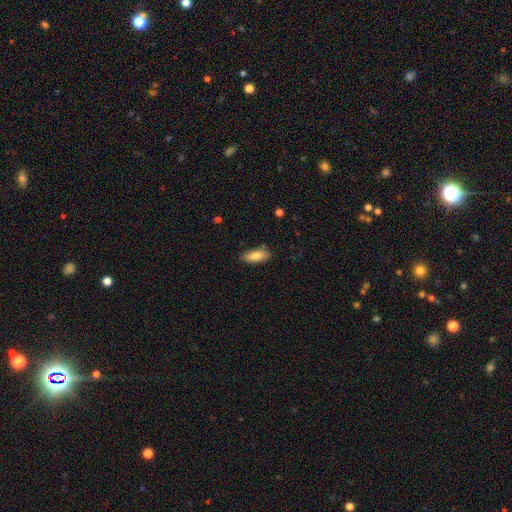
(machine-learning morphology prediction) The model was most divided on "how rounded": in between: 74%, cigar-shaped: 24%, round: 2%. More confident: merging — none (83%); smooth or featured — smooth (83%).